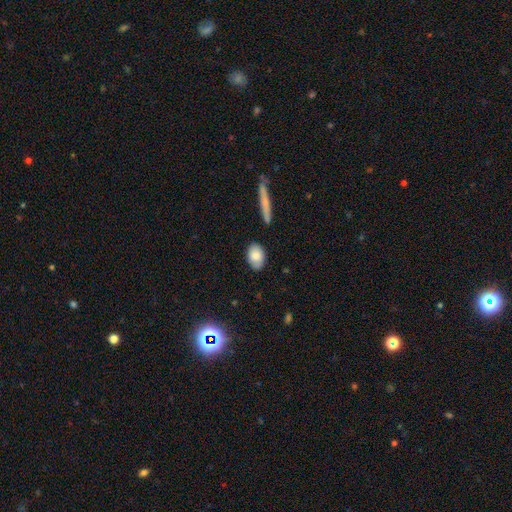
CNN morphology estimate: Q: Smooth or featured?
A: smooth (82%); runner-up: featured or disk (11%)
Q: How rounded?
A: in between (85%); runner-up: round (12%)
Q: Merging?
A: none (83%); runner-up: minor disturbance (12%)